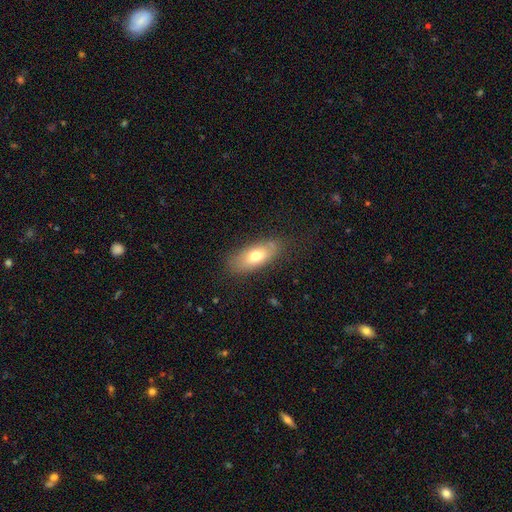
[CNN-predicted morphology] Smooth or featured: smooth — 69% (featured or disk — 23%)
How rounded: in between — 80% (cigar-shaped — 16%)
Merging: none — 77% (minor disturbance — 16%)